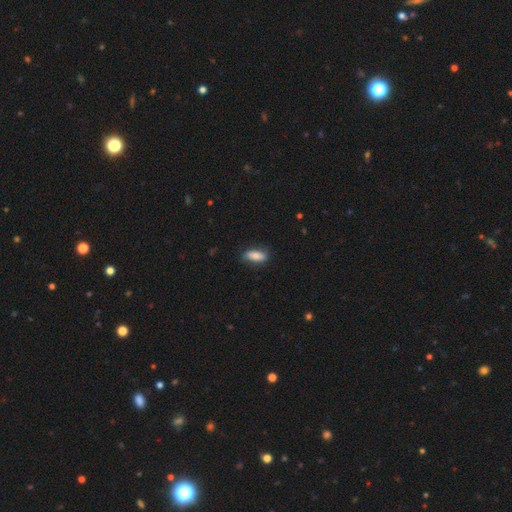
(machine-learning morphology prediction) smooth-or-featured: smooth: 80% | featured or disk: 13% | star or artifact: 7%
  how-rounded: in between: 80% | cigar-shaped: 17% | round: 3%
  merging: none: 79% | minor disturbance: 17% | major disturbance: 4% | merger: 1%